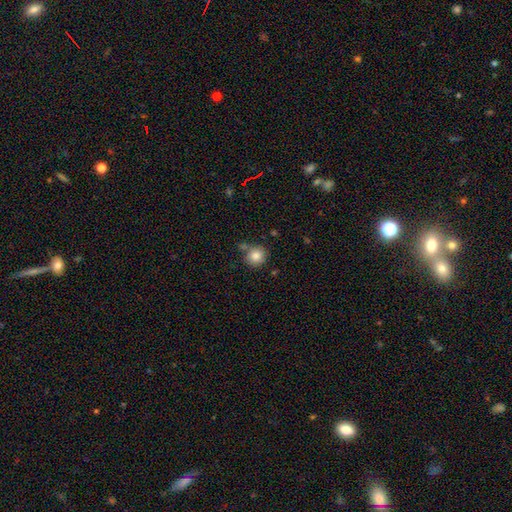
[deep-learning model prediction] Smooth or featured? Predicted: smooth (p=0.84). How rounded? Predicted: round (p=0.90). Merging? Predicted: none (p=0.71).